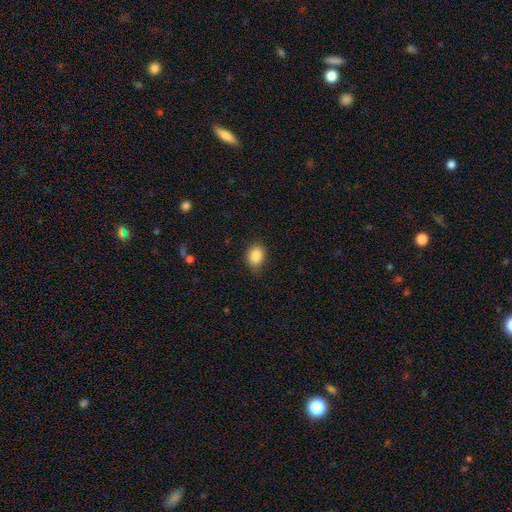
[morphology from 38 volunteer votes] Overall: smooth (89%). How rounded: in between (68%; round 32%). Merging: none (72%).